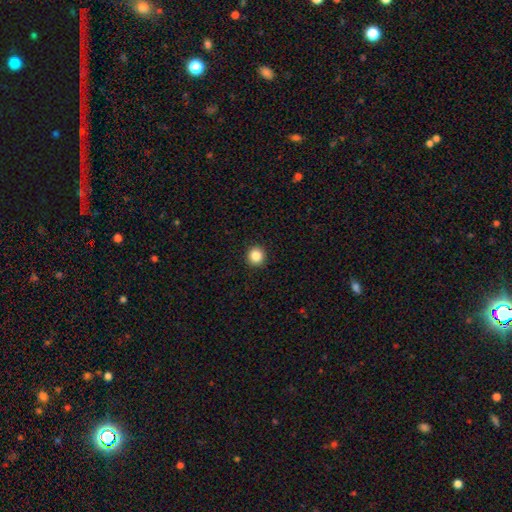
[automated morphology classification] Smooth or featured: smooth — 86% (star or artifact — 10%)
How rounded: round — 94% (in between — 5%)
Merging: none — 93% (minor disturbance — 4%)